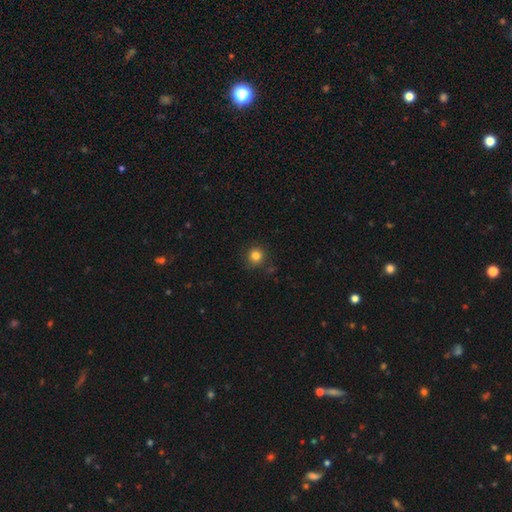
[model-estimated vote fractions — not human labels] Smooth or featured: smooth — 83% (star or artifact — 12%)
How rounded: round — 92% (in between — 7%)
Merging: none — 85% (minor disturbance — 10%)